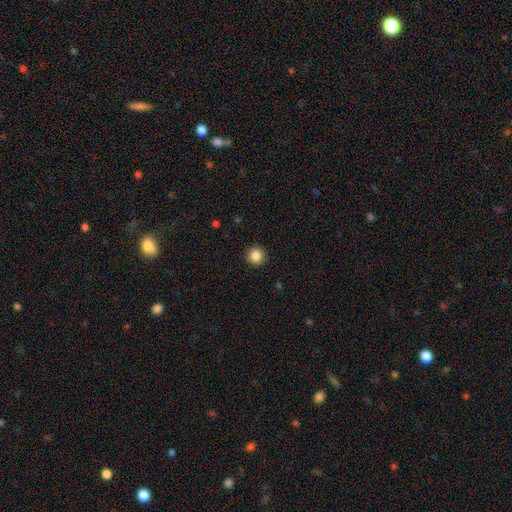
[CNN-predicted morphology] smooth 86%, star or artifact 10%, featured or disk 4%. Down the decision tree: how rounded — round (93%); merging — none (92%).